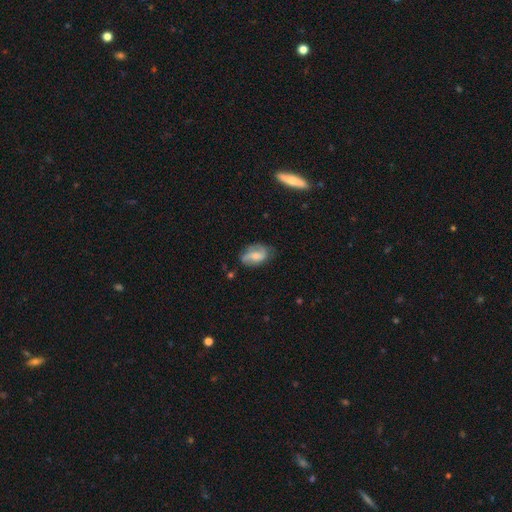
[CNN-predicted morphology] This is possibly a featured or disk galaxy (52%). It is clearly not viewed edge-on (95%). Merging: possibly none (59%).